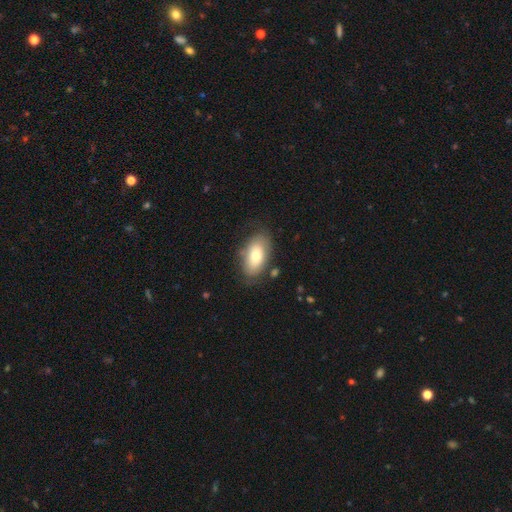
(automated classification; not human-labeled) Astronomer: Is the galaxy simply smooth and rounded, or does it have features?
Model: smooth — 72%.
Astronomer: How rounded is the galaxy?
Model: in between — 93%.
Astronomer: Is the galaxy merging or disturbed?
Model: none — 76%.